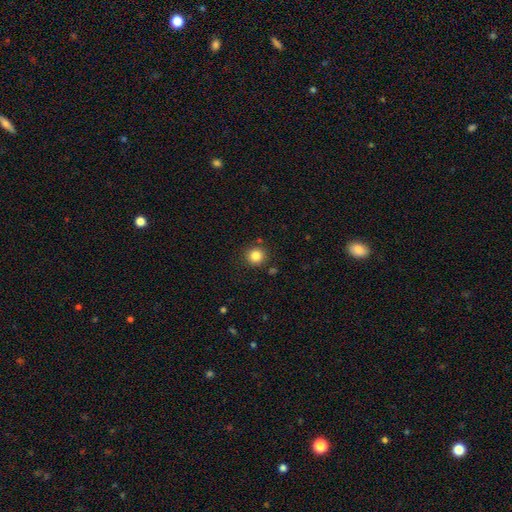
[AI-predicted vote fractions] This is clearly a smooth galaxy (84%). How rounded: clearly round (93%). Merging: clearly none (88%).